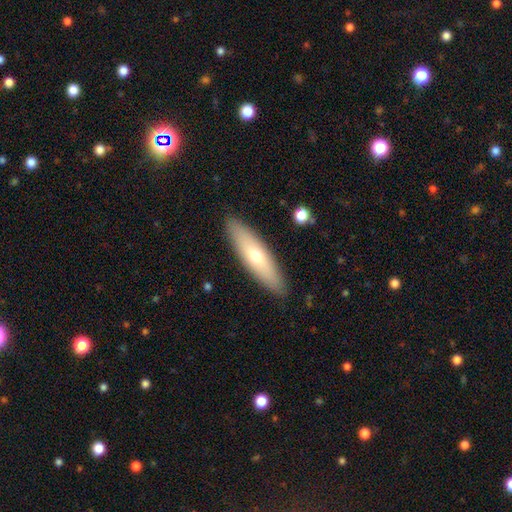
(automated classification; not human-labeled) Smooth or featured?
  - smooth: 61% *
  - featured or disk: 33%
  - star or artifact: 6%
How rounded?
  - cigar-shaped: 66% *
  - in between: 33%
  - round: 2%
Merging?
  - none: 89% *
  - minor disturbance: 8%
  - major disturbance: 2%
  - merger: 1%